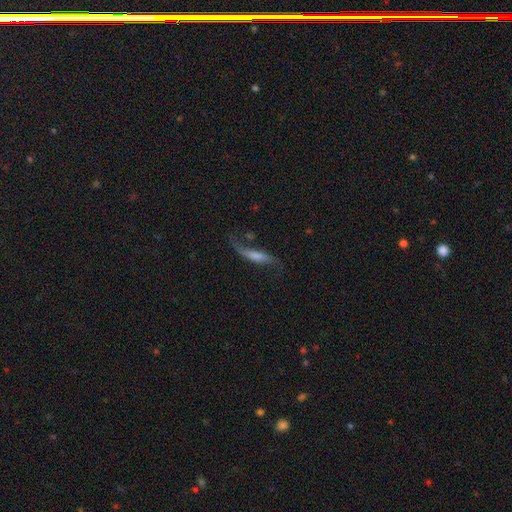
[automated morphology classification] The model was most divided on "smooth or featured": featured or disk: 58%, smooth: 34%, star or artifact: 8%. Remaining: edge-on disk — no (66%); merging — none (49%).